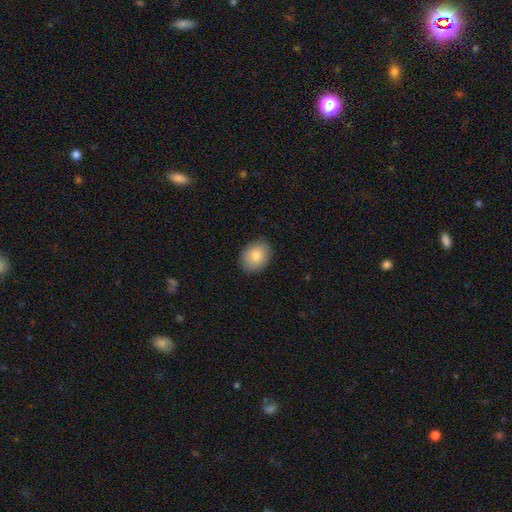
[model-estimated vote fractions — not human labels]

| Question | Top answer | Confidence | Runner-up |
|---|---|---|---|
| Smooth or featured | smooth | 83% | featured or disk (10%) |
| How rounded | in between | 54% | round (45%) |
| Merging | none | 87% | minor disturbance (10%) |